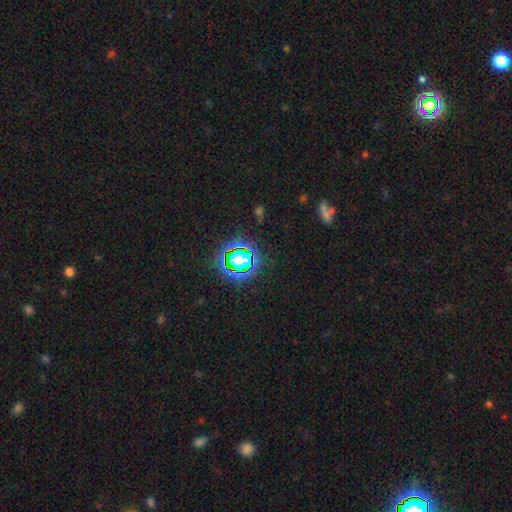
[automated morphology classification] The model was most divided on "smooth or featured": star or artifact: 77%, smooth: 15%, featured or disk: 8%.